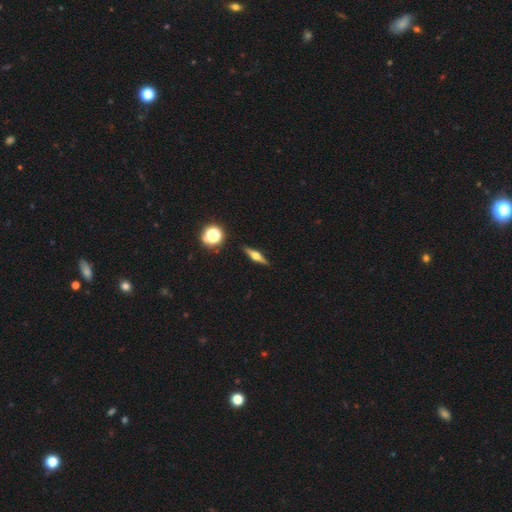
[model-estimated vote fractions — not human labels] This appears to be a featured or disk galaxy (67%) viewed edge-on (96%) with a rounded central bulge (94%). Merging: none (90%).